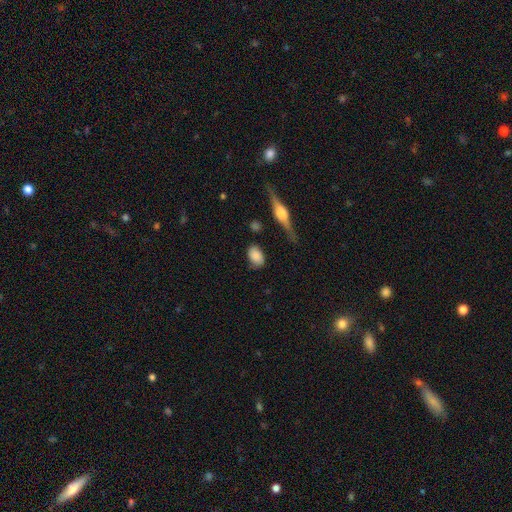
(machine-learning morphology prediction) A smooth galaxy with no disk features (80%) that is in between round and cigar-shaped (82%).

Vote fractions:
- Smooth or featured? smooth: 80% / featured or disk: 12% / star or artifact: 8%
- How rounded? in between: 82% / round: 15% / cigar-shaped: 3%
- Merging? none: 73% / minor disturbance: 19% / major disturbance: 5% / merger: 3%